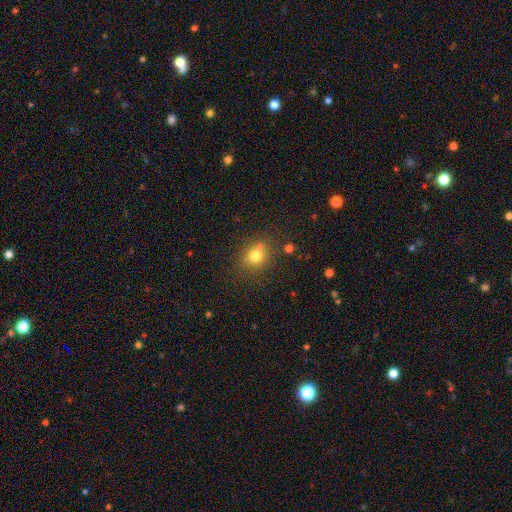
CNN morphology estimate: smooth 76%, star or artifact 15%, featured or disk 9%. Down the decision tree: how rounded — round (78%); merging — none (70%).